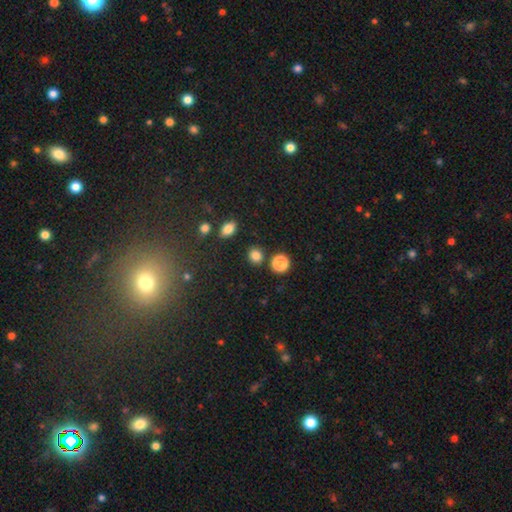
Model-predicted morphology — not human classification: This appears to be a smooth galaxy with no disk features (83%) that is round (80%). Merging: none (83%).